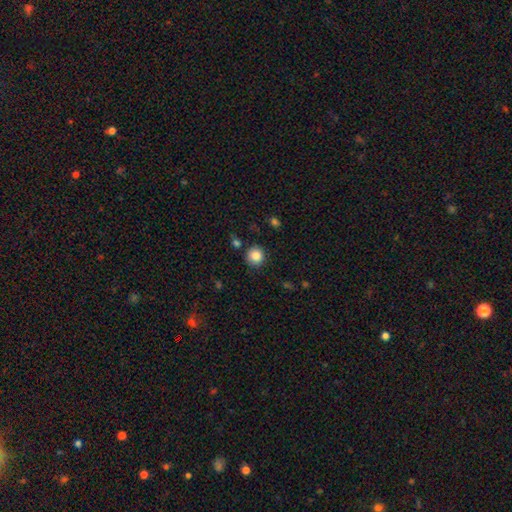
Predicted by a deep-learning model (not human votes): A smooth galaxy with no disk features (85%) that is round (92%). Merging: none (86%).